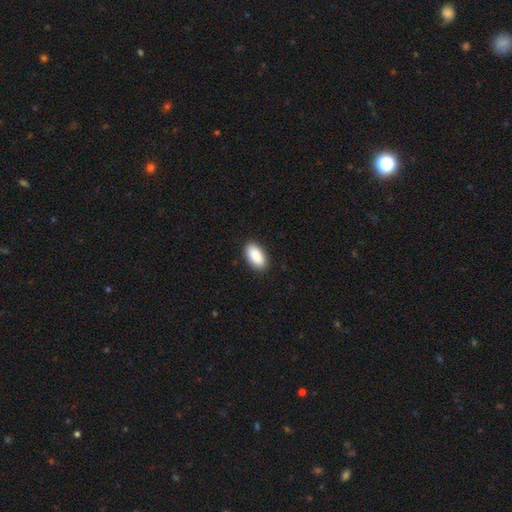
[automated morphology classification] This appears to be a smooth galaxy with no disk features (91%) that is in between round and cigar-shaped (95%). Merging: none (90%).